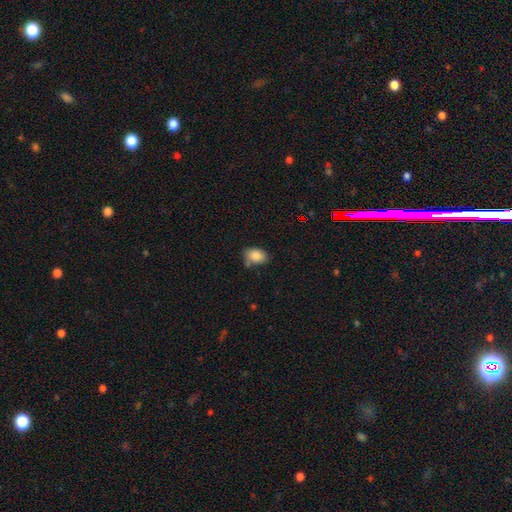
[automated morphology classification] This appears to be a smooth galaxy with no disk features (86%) that is in between round and cigar-shaped (81%). Merging: none (66%).